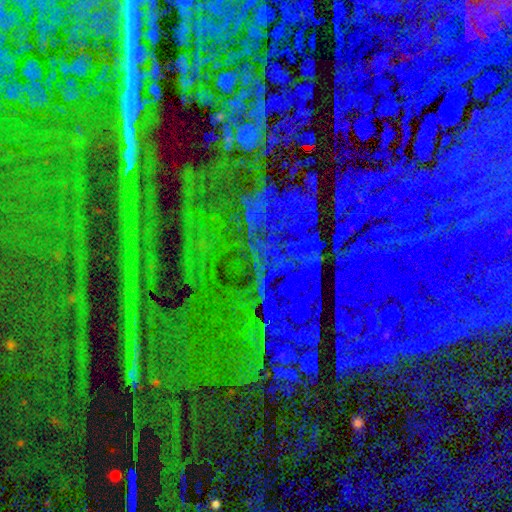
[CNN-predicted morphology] This appears to be a star or artifact, not a galaxy (82%).